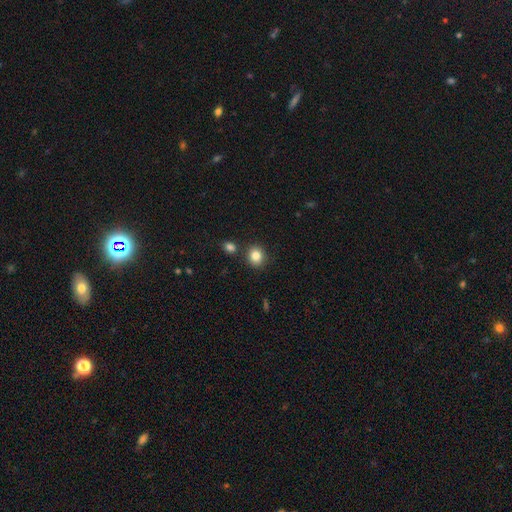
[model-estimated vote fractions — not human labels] This is clearly a smooth galaxy (85%). How rounded: likely round (74%). Merging: clearly none (81%).